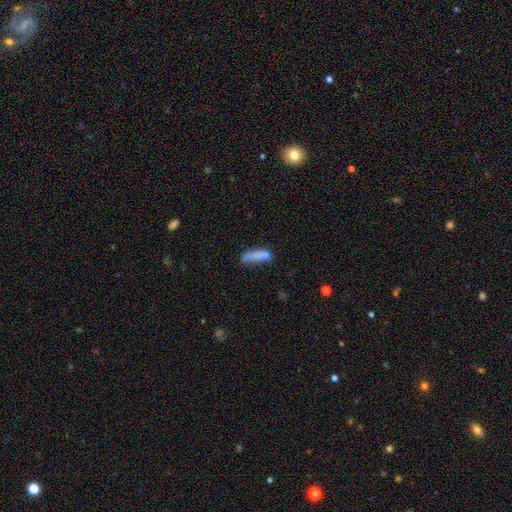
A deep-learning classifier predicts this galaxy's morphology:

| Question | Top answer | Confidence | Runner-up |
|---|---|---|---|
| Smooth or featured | smooth | 73% | featured or disk (18%) |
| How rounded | cigar-shaped | 71% | in between (27%) |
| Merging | none | 44% | minor disturbance (26%) |